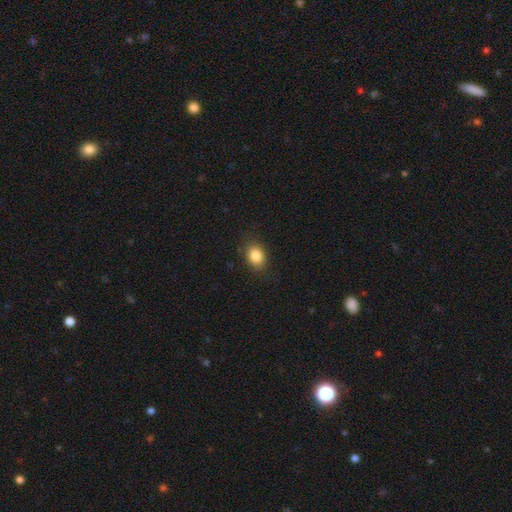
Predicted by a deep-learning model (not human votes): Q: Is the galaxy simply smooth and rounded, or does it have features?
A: smooth — 85%.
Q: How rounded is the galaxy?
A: in between — 59%.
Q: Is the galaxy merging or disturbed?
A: none — 83%.